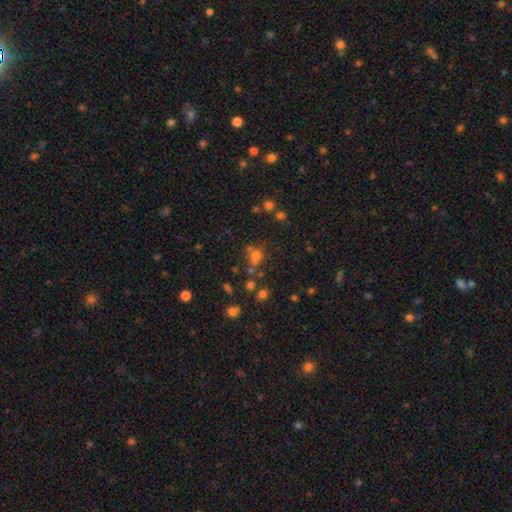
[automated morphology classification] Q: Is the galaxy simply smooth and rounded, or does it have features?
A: smooth — 65%.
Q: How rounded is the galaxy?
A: round — 75%.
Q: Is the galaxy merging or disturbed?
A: none — 53%.